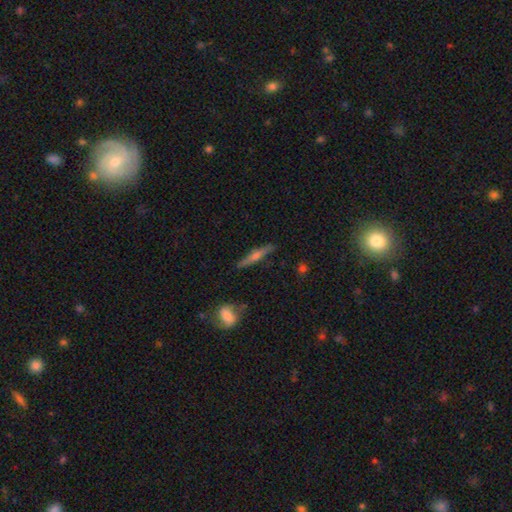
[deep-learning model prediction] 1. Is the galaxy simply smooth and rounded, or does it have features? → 59% featured or disk, 34% smooth, 6% star or artifact.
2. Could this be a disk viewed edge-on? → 94% yes, 6% no.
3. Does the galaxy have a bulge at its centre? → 80% rounded, 13% none, 7% boxy.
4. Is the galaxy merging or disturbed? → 86% none, 10% minor disturbance, 2% major disturbance, 2% merger.